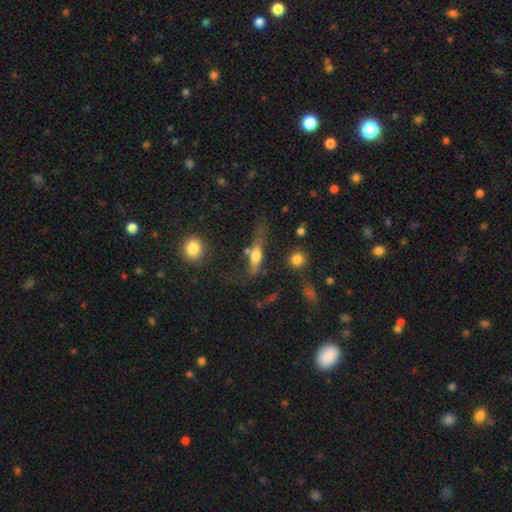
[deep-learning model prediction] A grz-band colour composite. It shows a smooth galaxy with no disk features (57%) that is cigar-shaped (47%, tied with in between). Merging: none (41%).